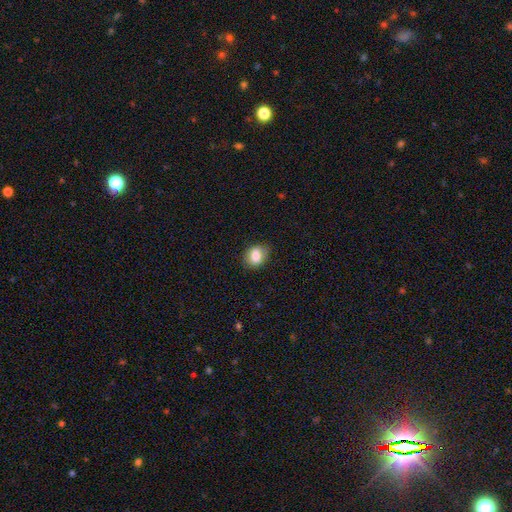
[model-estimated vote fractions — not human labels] This appears to be a smooth galaxy with no disk features (84%) that is in between round and cigar-shaped (58%). Merging: none (79%).